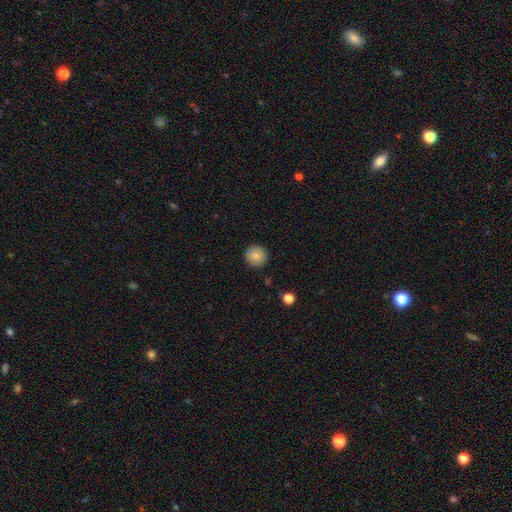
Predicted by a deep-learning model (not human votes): This is clearly a smooth galaxy (81%). How rounded: clearly round (94%). Merging: clearly none (90%).